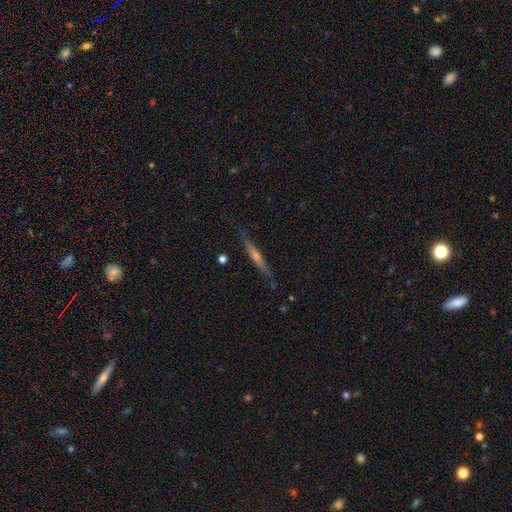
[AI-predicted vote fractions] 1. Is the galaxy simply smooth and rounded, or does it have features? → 66% featured or disk, 27% smooth, 7% star or artifact.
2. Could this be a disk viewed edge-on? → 96% yes, 4% no.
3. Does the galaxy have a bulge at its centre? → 56% rounded, 33% none, 11% boxy.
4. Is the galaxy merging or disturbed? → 84% none, 12% minor disturbance, 2% major disturbance, 2% merger.